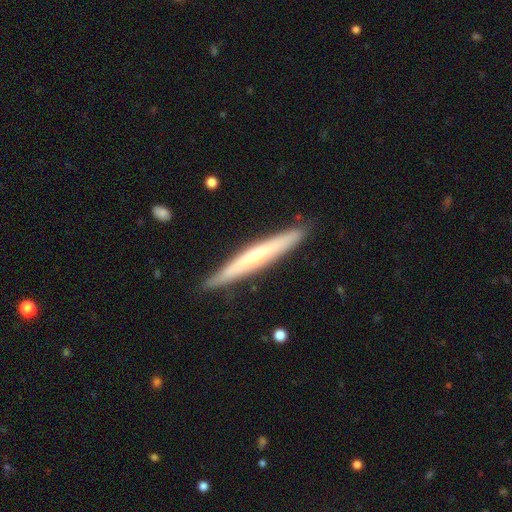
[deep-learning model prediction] Smooth or featured: featured or disk — 51% (smooth — 43%)
Edge-on disk: yes — 93% (no — 7%)
Merging: none — 88% (minor disturbance — 9%)